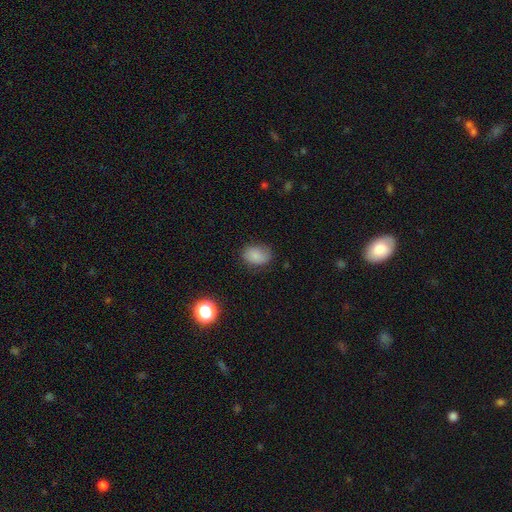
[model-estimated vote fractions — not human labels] This is clearly a smooth galaxy (81%). How rounded: likely in between (71%). Merging: likely none (71%).